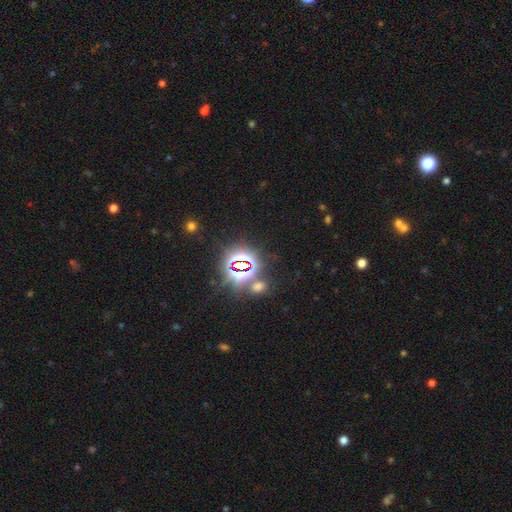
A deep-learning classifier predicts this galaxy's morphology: Smooth or featured?
  - star or artifact: 82% *
  - smooth: 11%
  - featured or disk: 6%